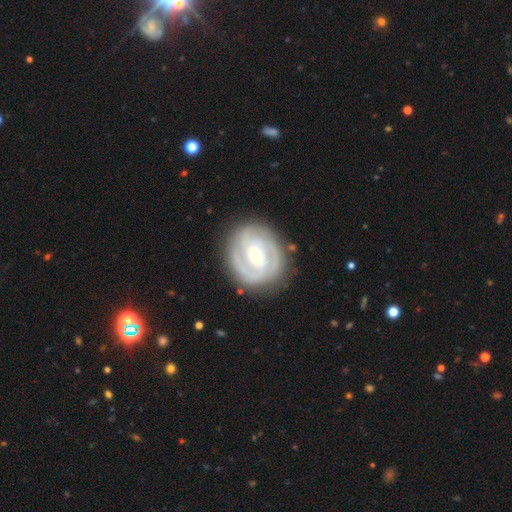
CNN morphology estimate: This appears to be a featured or disk galaxy (85%) with a weak bar (40%), 2 (51%) tight (66%) spiral arms (93%) and a moderate central bulge (51%). Merging: none (82%).